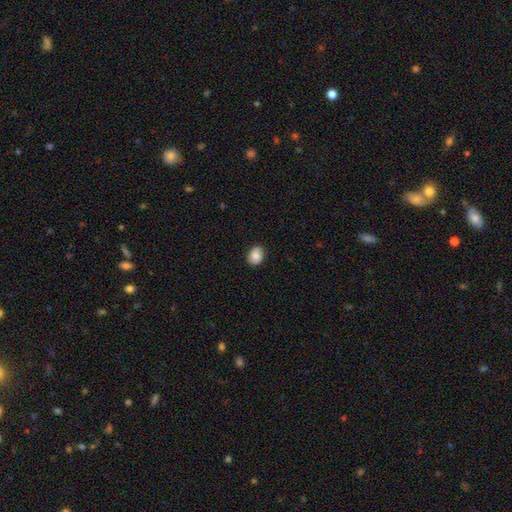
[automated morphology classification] Smooth or featured?
  - smooth: 83% *
  - featured or disk: 9%
  - star or artifact: 8%
How rounded?
  - in between: 54% *
  - round: 45%
  - cigar-shaped: 1%
Merging?
  - none: 86% *
  - minor disturbance: 11%
  - major disturbance: 2%
  - merger: 1%